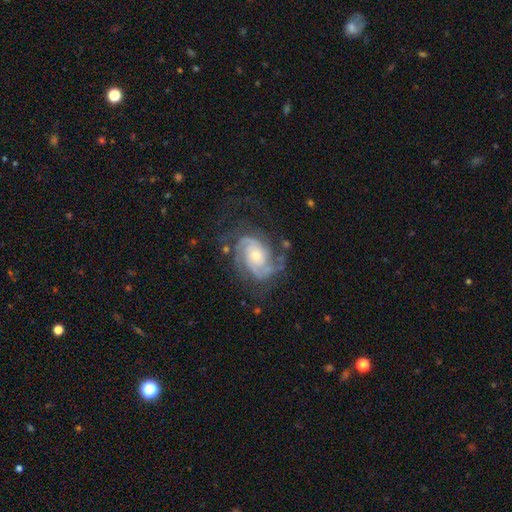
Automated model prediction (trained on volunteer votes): smooth_or_featured: featured or disk (p=0.89) [alt: smooth p=0.06]
disk_edge_on: no (p=0.98) [alt: yes p=0.02]
bar: no (p=0.67) [alt: weak p=0.26]
has_spiral_arms: yes (p=0.97) [alt: no p=0.03]
spiral_winding: tight (p=0.52) [alt: medium p=0.39]
spiral_arm_count: 2 (p=0.59) [alt: 3 p=0.17]
bulge_size: small (p=0.45) [alt: moderate p=0.42]
merging: none (p=0.65) [alt: minor disturbance p=0.19]